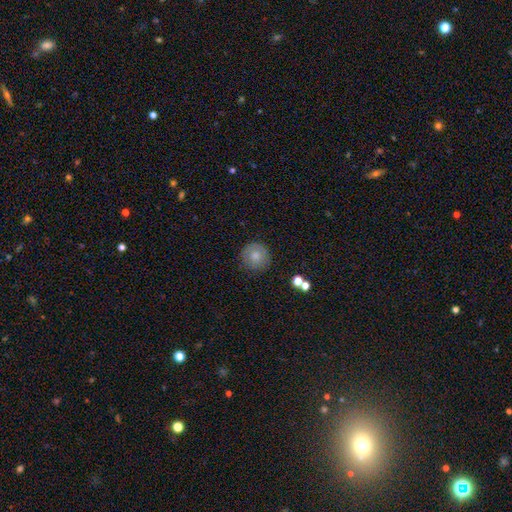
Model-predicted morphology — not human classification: Overall: smooth (76%). How rounded: round (95%). Merging: none (87%).